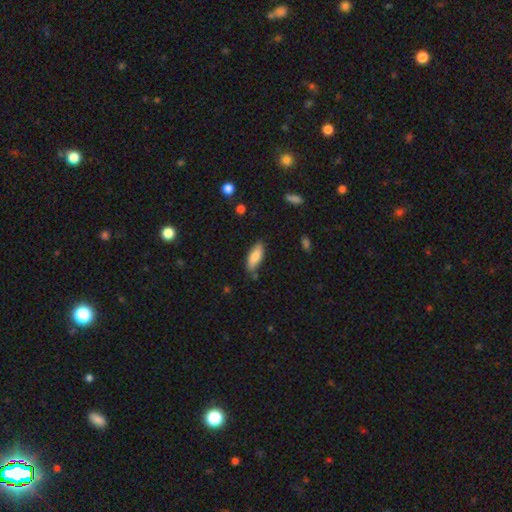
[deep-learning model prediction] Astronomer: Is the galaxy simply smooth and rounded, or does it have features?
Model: smooth — 82%.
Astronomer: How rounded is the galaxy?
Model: in between — 68%.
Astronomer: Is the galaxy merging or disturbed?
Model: none — 80%.